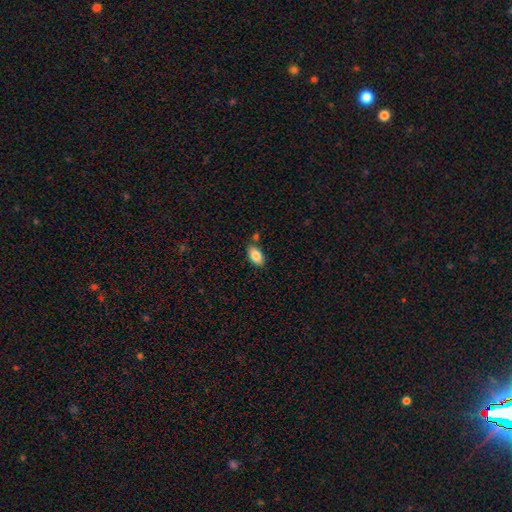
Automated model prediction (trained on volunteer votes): Smooth or featured?
  - smooth: 85% *
  - featured or disk: 8%
  - star or artifact: 7%
How rounded?
  - in between: 93% *
  - round: 4%
  - cigar-shaped: 3%
Merging?
  - none: 78% *
  - minor disturbance: 12%
  - merger: 7%
  - major disturbance: 3%